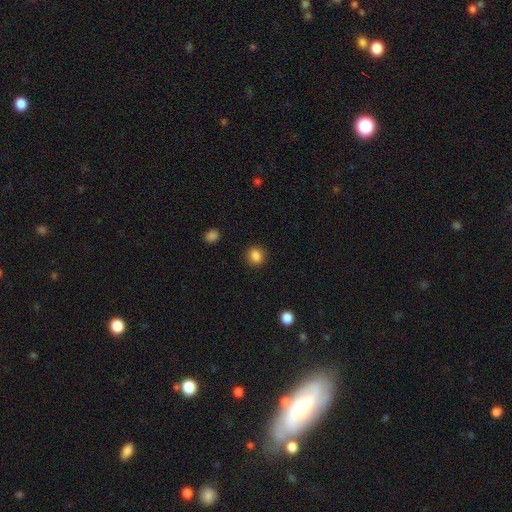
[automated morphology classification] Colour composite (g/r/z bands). It shows a smooth galaxy with no disk features (86%) that is round (80%). Merging: none (90%).